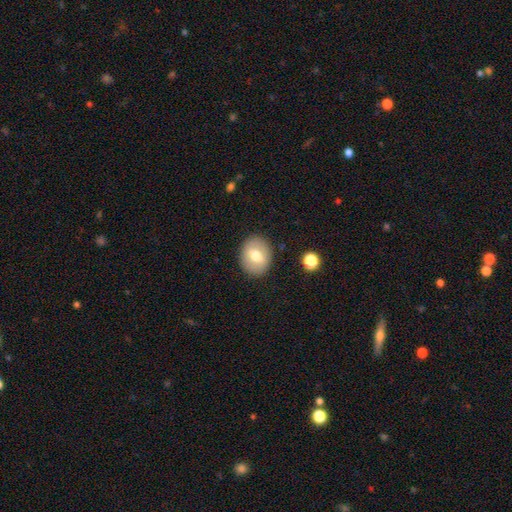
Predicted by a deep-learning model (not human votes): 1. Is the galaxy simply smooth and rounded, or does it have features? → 67% smooth, 25% featured or disk, 8% star or artifact.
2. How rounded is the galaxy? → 54% round, 45% in between, 1% cigar-shaped.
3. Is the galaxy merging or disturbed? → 87% none, 9% minor disturbance, 3% major disturbance, 1% merger.